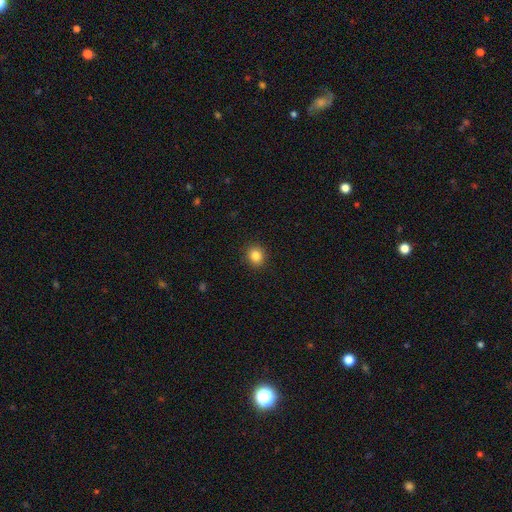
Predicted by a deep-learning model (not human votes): The model was most divided on "how rounded": round: 81%, in between: 18%, cigar-shaped: 1%. More confident: merging — none (91%); smooth or featured — smooth (84%).